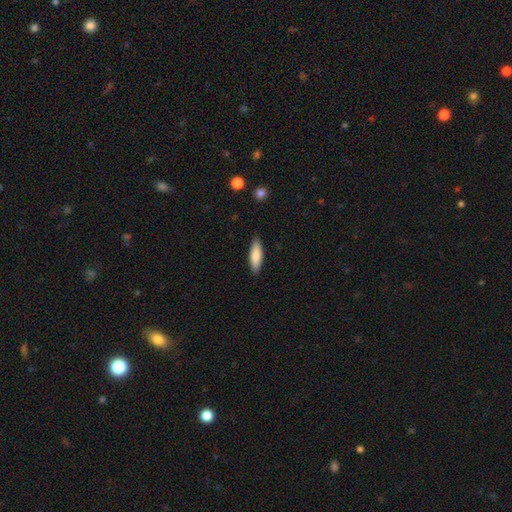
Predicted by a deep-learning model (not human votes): The model was most divided on "how rounded": cigar-shaped: 55%, in between: 43%, round: 2%. More confident: merging — none (88%); smooth or featured — smooth (82%).